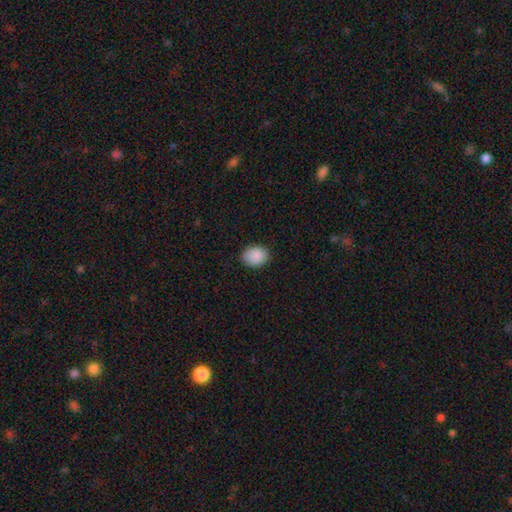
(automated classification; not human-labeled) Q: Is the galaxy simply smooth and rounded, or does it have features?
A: smooth — 89%.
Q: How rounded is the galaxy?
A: in between — 55%.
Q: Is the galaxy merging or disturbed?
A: none — 85%.